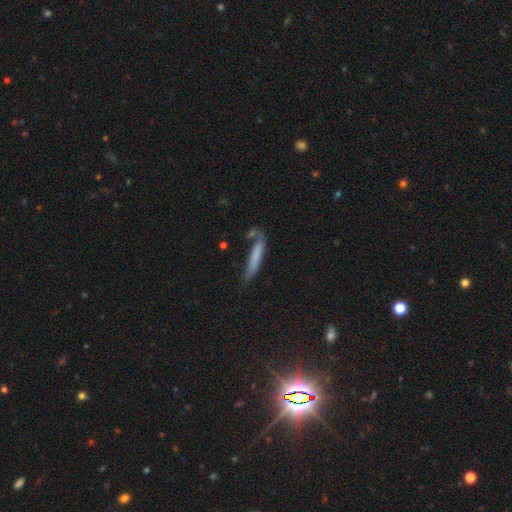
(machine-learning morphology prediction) This appears to be a smooth galaxy with no disk features (69%) that is cigar-shaped (90%). Merging: none (55%).